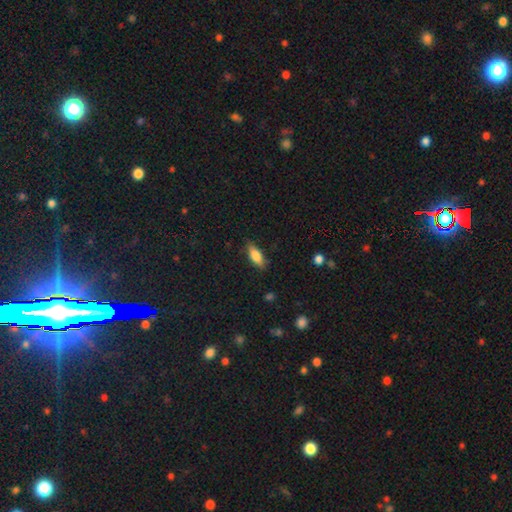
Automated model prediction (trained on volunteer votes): smooth-or-featured: smooth: 80% | featured or disk: 13% | star or artifact: 7%
  how-rounded: in between: 75% | cigar-shaped: 23% | round: 3%
  merging: none: 80% | minor disturbance: 16% | major disturbance: 3% | merger: 1%